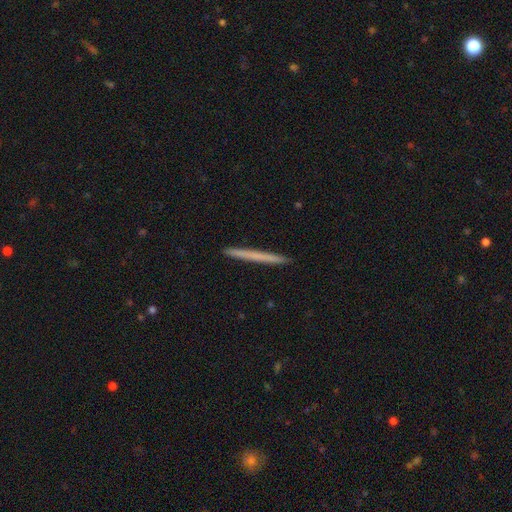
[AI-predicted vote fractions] A smooth galaxy with no disk features (59%) that is cigar-shaped (97%). Merging: none (93%).